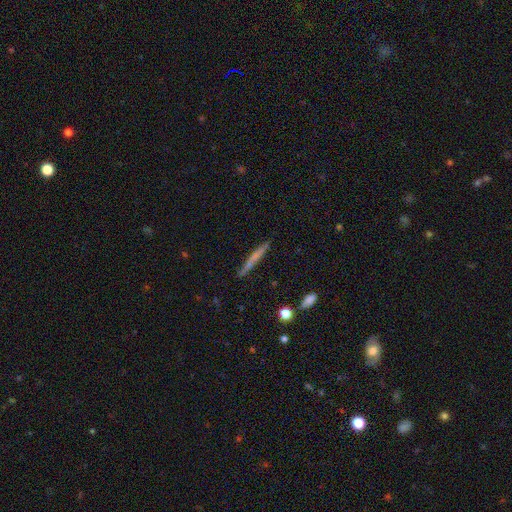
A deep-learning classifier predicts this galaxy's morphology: Smooth or featured? Predicted: smooth (p=0.49). Merging? Predicted: none (p=0.84).